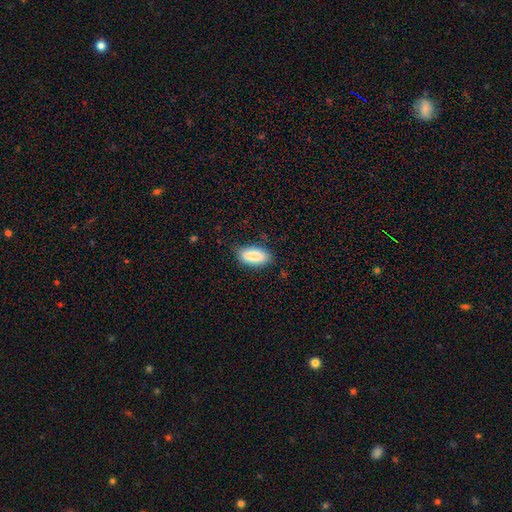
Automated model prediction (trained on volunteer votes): smooth_or_featured: smooth (p=0.86) [alt: featured or disk p=0.07]
how_rounded: in between (p=0.86) [alt: cigar-shaped p=0.12]
merging: none (p=0.78) [alt: minor disturbance p=0.17]